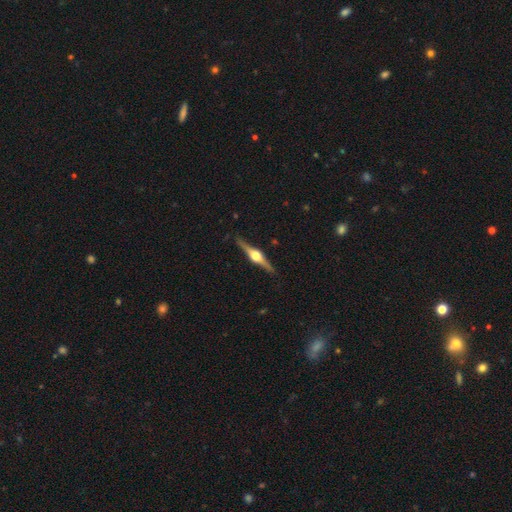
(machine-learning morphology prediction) The model was most divided on "smooth or featured": featured or disk: 85%, smooth: 10%, star or artifact: 5%. More confident: edge-on disk — yes (98%); edge-on bulge — rounded (95%); merging — none (90%).